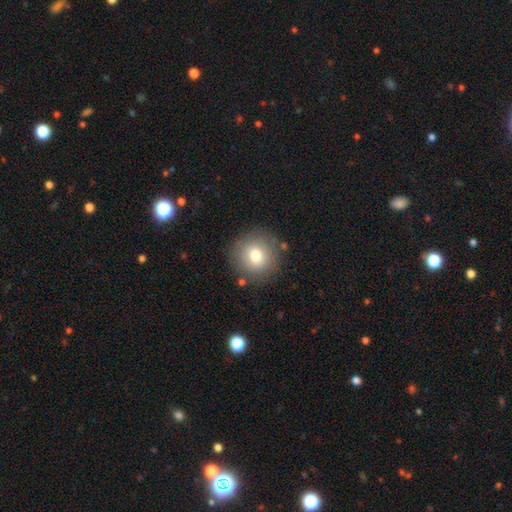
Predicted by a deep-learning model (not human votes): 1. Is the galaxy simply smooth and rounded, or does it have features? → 76% smooth, 14% featured or disk, 10% star or artifact.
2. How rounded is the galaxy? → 94% round, 6% in between, 1% cigar-shaped.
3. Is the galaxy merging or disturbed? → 84% none, 10% minor disturbance, 3% major disturbance, 3% merger.